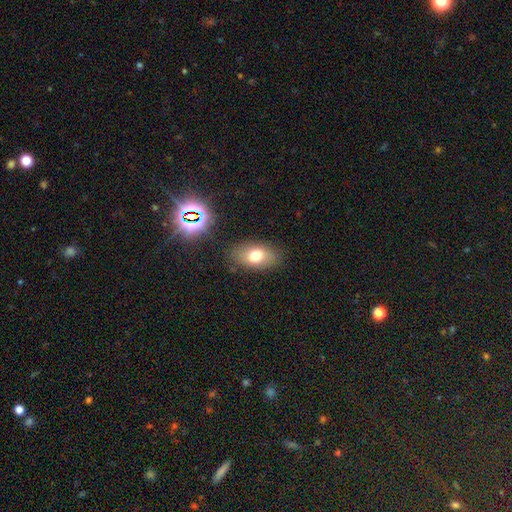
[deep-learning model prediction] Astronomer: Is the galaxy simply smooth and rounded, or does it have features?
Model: smooth — 73%.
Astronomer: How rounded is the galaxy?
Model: in between — 89%.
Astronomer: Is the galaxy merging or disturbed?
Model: none — 81%.